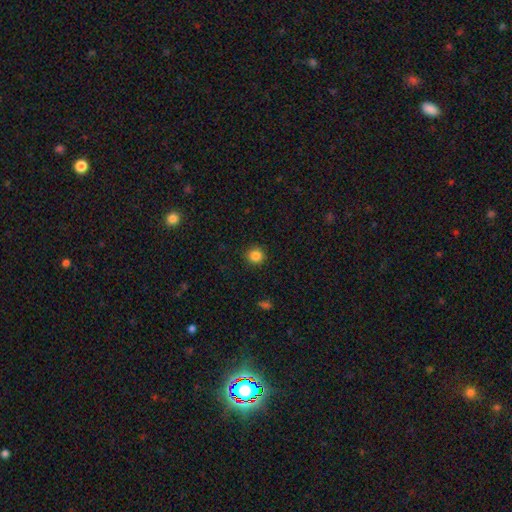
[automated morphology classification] This is clearly a smooth galaxy (84%). How rounded: clearly round (93%). Merging: clearly none (92%).